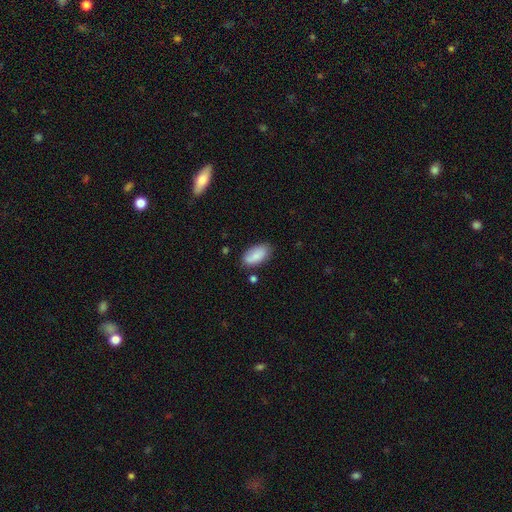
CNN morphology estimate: Overall: smooth (85%). How rounded: in between (93%). Merging: none (72%).